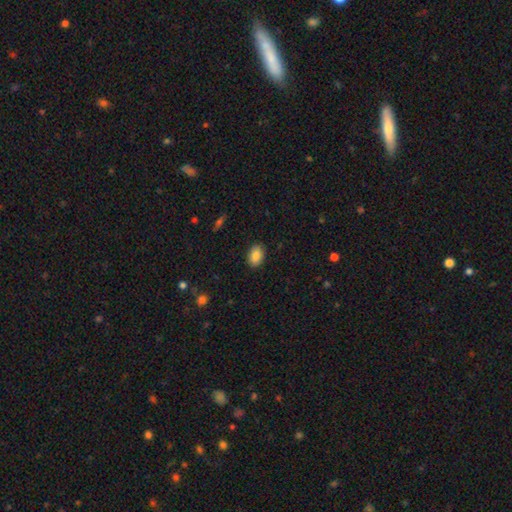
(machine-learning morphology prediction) The model was most divided on "how rounded": in between: 87%, round: 12%, cigar-shaped: 1%. More confident: merging — none (89%); smooth or featured — smooth (86%).